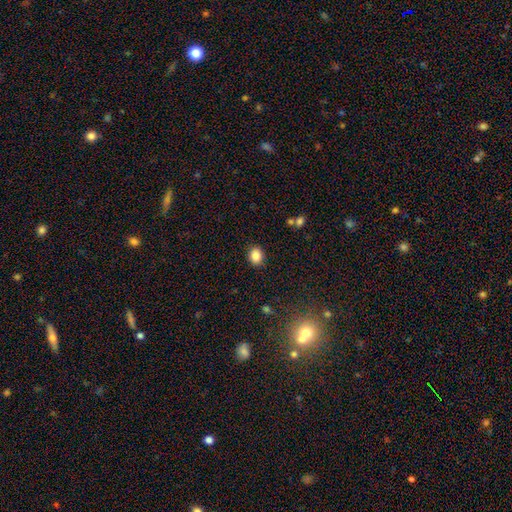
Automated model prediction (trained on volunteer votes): Smooth or featured: smooth — 86% (star or artifact — 10%)
How rounded: round — 53% (in between — 47%)
Merging: none — 88% (minor disturbance — 8%)